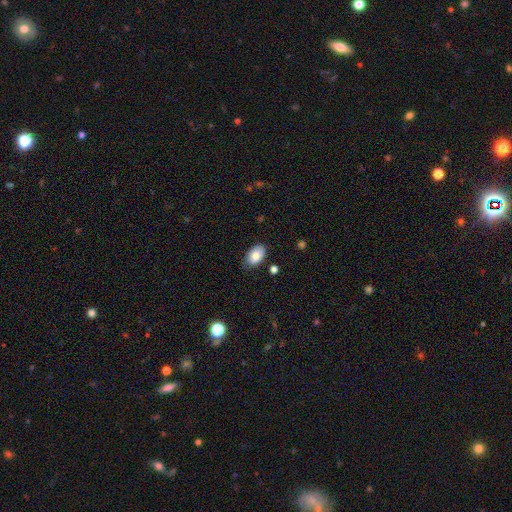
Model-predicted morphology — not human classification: Q: Smooth or featured?
A: smooth (81%); runner-up: featured or disk (11%)
Q: How rounded?
A: in between (91%); runner-up: round (8%)
Q: Merging?
A: none (80%); runner-up: minor disturbance (16%)